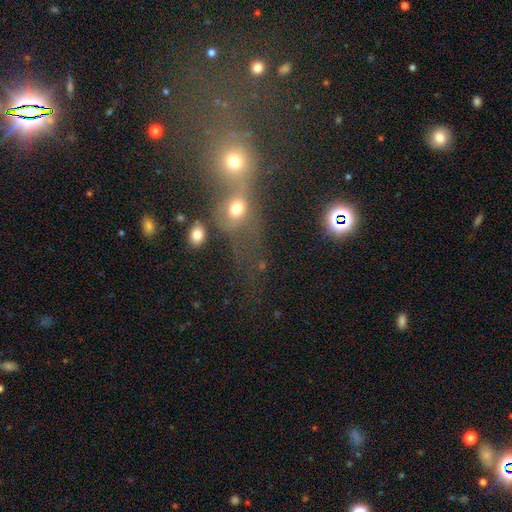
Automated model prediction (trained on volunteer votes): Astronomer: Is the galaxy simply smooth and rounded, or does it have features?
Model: star or artifact — 42% (runner-up: smooth, 39%).